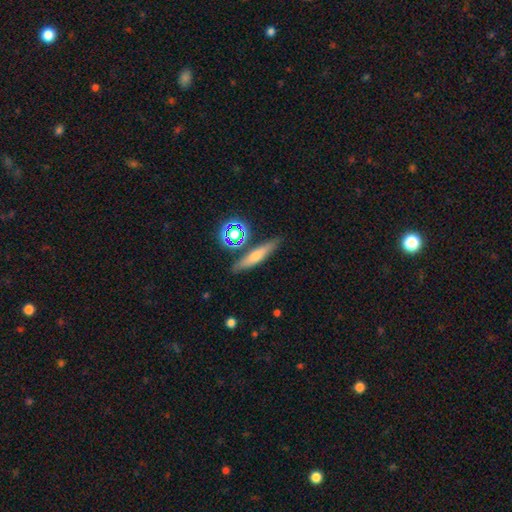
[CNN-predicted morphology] This is possibly a smooth galaxy (49%). Merging: clearly none (81%).